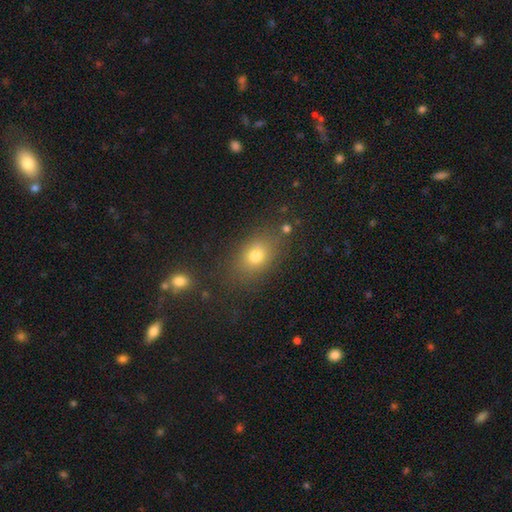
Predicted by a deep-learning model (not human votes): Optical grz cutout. It shows a smooth galaxy with no disk features (73%) that is in between round and cigar-shaped (67%). Merging: none (78%).